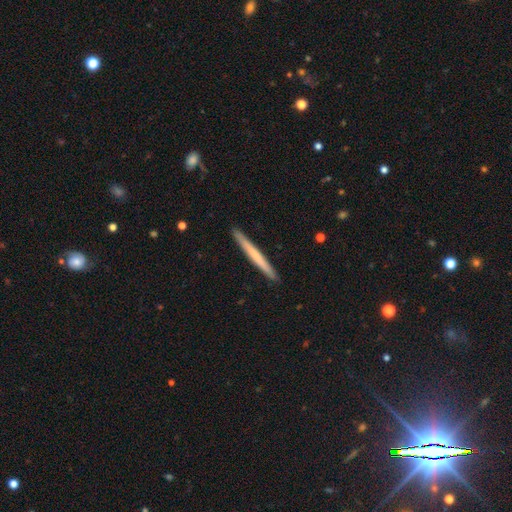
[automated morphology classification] smooth 55%, featured or disk 40%, star or artifact 5%. Down the decision tree: how rounded — cigar-shaped (97%); merging — none (93%).